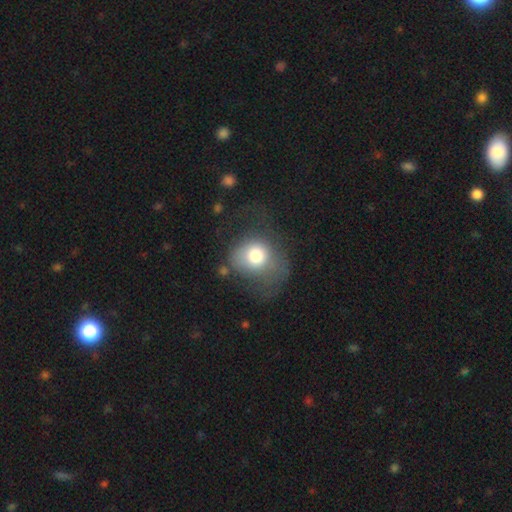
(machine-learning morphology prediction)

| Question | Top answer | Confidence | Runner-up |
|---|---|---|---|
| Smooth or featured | smooth | 70% | featured or disk (19%) |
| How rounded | round | 69% | in between (30%) |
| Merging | major disturbance | 40% | none (32%) |